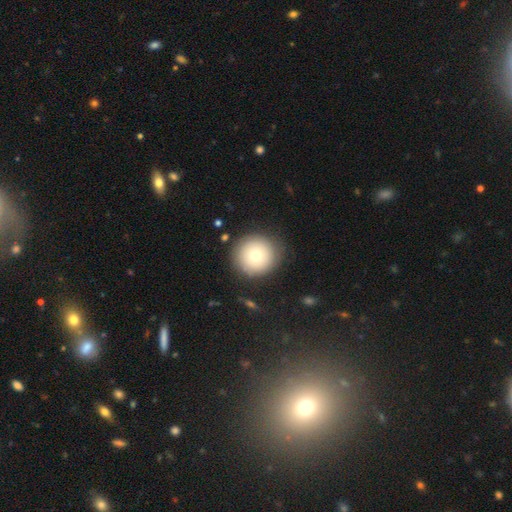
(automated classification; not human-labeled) Morphology: type=smooth (77%); roundness=round (93%); merging=none (83%).